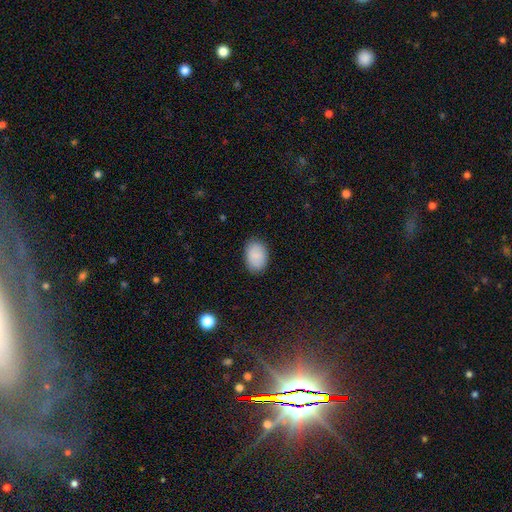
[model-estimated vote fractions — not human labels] Smooth or featured?
  - smooth: 88% *
  - star or artifact: 7%
  - featured or disk: 6%
How rounded?
  - in between: 84% *
  - round: 15%
  - cigar-shaped: 1%
Merging?
  - none: 85% *
  - minor disturbance: 12%
  - major disturbance: 3%
  - merger: 1%